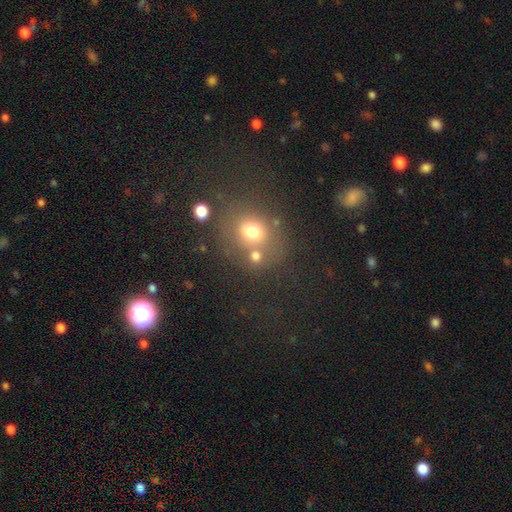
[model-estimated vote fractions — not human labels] Morphology: type=smooth (69%); roundness=round (79%); merging=none (60%).